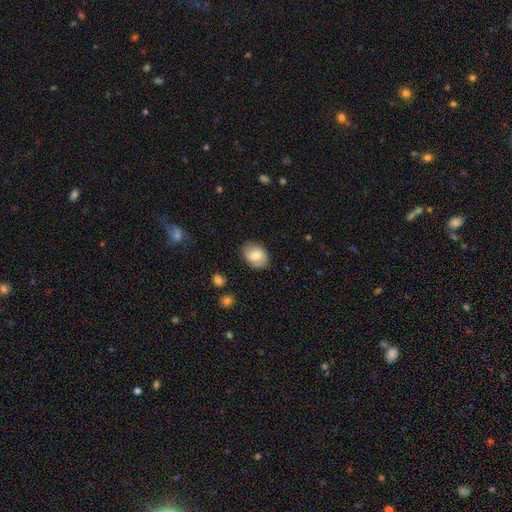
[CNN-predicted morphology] Smooth or featured?
  - smooth: 73% *
  - featured or disk: 19%
  - star or artifact: 7%
How rounded?
  - in between: 68% *
  - round: 31%
  - cigar-shaped: 1%
Merging?
  - none: 78% *
  - minor disturbance: 17%
  - major disturbance: 3%
  - merger: 1%